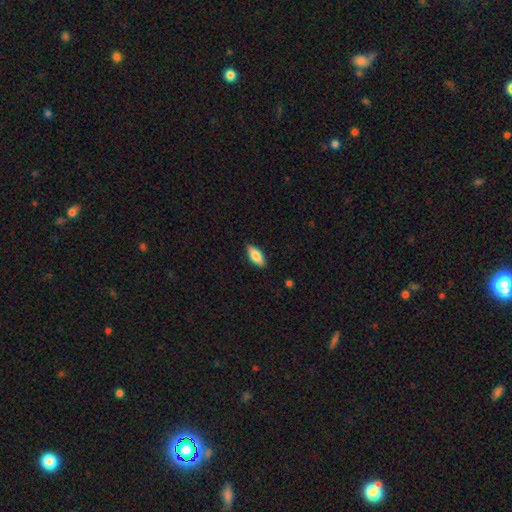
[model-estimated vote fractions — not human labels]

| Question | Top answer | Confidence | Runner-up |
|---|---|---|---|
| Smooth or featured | smooth | 75% | featured or disk (19%) |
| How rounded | in between | 75% | cigar-shaped (23%) |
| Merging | none | 89% | minor disturbance (9%) |